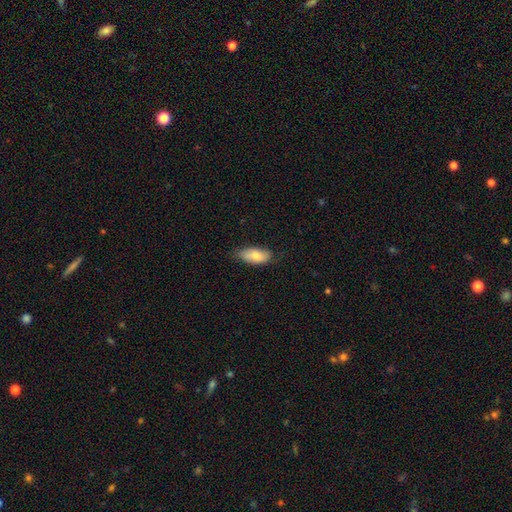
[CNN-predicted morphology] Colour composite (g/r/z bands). It shows a smooth galaxy with no disk features (75%) that is in between round and cigar-shaped (90%). Merging: none (71%).